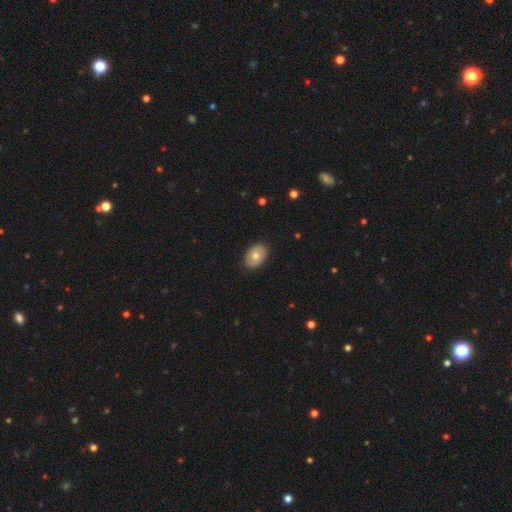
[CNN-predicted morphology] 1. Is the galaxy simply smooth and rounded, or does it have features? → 66% smooth, 27% featured or disk, 6% star or artifact.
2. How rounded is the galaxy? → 83% in between, 16% round, 1% cigar-shaped.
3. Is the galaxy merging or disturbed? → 86% none, 10% minor disturbance, 2% major disturbance, 1% merger.